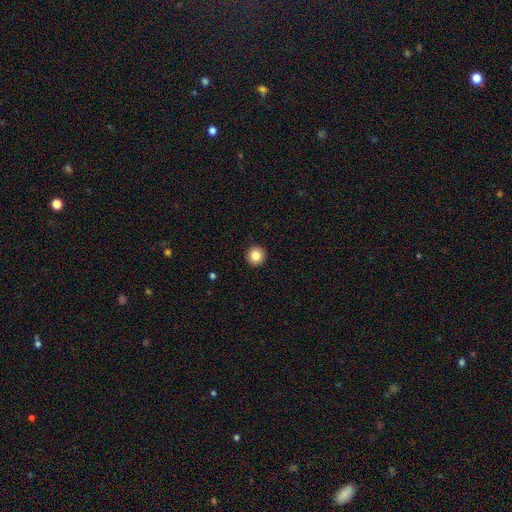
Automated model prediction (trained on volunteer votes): Overall: smooth (84%). How rounded: round (96%). Merging: none (94%).